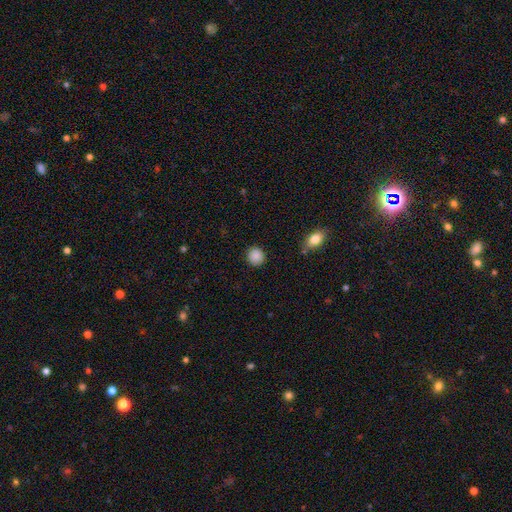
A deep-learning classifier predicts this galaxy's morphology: This appears to be a smooth galaxy with no disk features (88%) that is round (90%). Merging: none (89%).